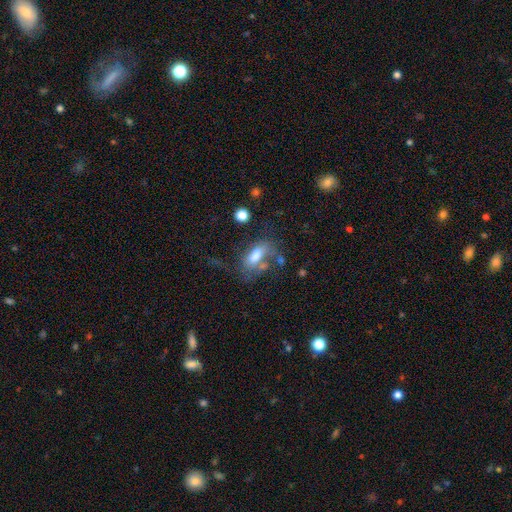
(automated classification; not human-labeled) Morphology: type=smooth (57%); roundness=in between (85%); merging=none (34%).